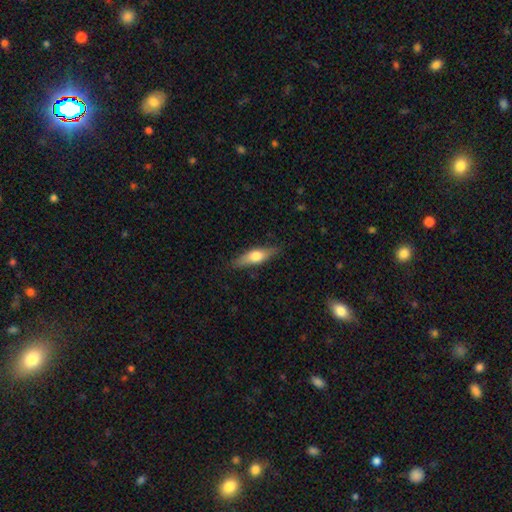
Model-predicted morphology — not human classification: Smooth or featured? smooth (55%)
How rounded? cigar-shaped (58%)
Merging? none (84%)